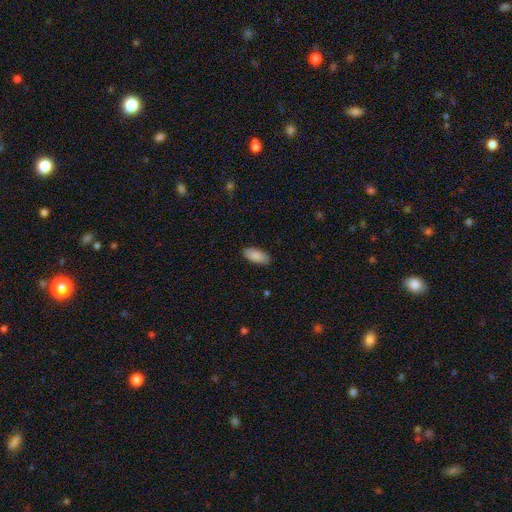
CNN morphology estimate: smooth_or_featured: smooth (p=0.88) [alt: star or artifact p=0.06]
how_rounded: in between (p=0.89) [alt: cigar-shaped p=0.09]
merging: none (p=0.87) [alt: minor disturbance p=0.10]